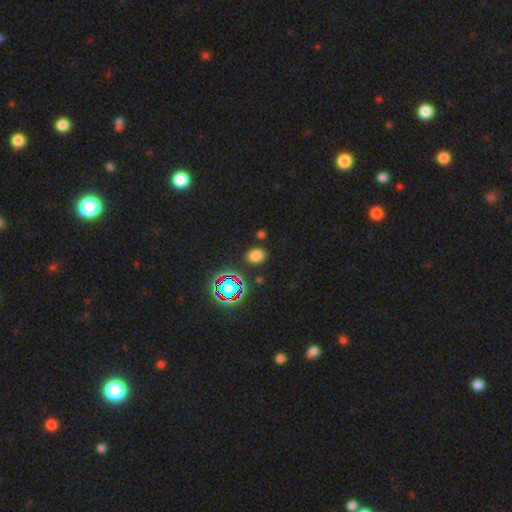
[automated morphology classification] smooth 73%, star or artifact 22%, featured or disk 6%. Down the decision tree: how rounded — in between (52%); merging — none (86%).